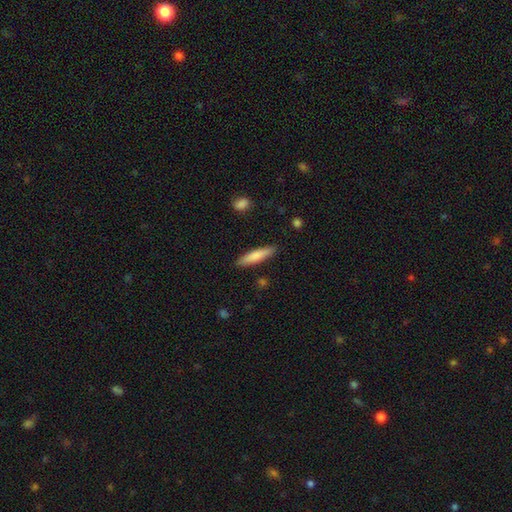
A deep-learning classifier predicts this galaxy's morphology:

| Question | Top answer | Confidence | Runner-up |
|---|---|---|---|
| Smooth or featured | smooth | 76% | featured or disk (19%) |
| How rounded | cigar-shaped | 85% | in between (14%) |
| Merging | none | 89% | minor disturbance (8%) |